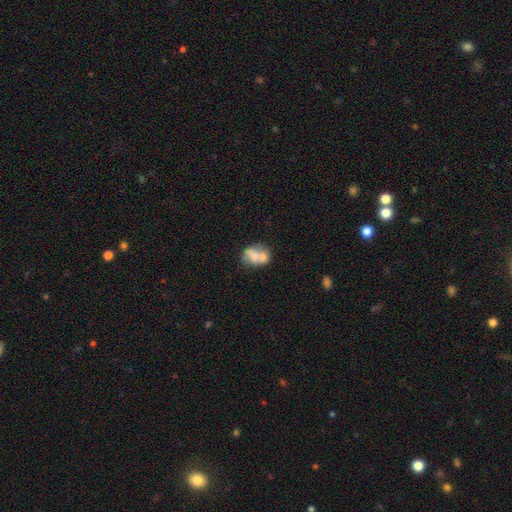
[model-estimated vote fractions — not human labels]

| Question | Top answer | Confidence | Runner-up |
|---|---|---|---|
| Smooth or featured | smooth | 57% | featured or disk (34%) |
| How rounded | in between | 61% | round (37%) |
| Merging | merger | 55% | none (26%) |